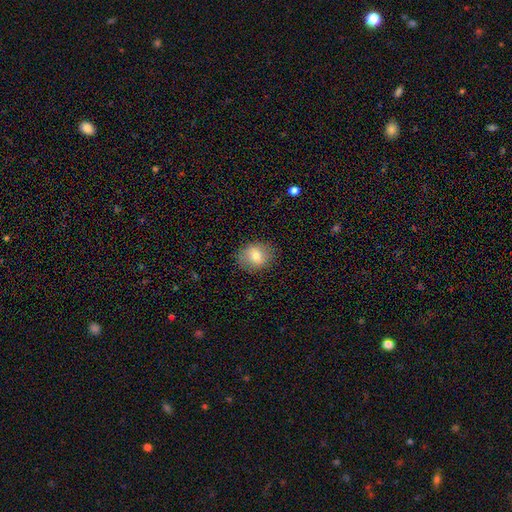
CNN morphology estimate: Smooth or featured? Predicted: smooth (p=0.75). How rounded? Predicted: round (p=0.52). Merging? Predicted: none (p=0.85).